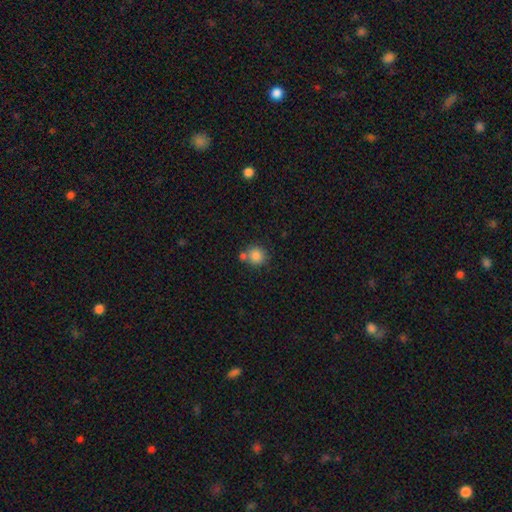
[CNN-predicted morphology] type=smooth (84%); roundness=round (89%); merging=none (63%).